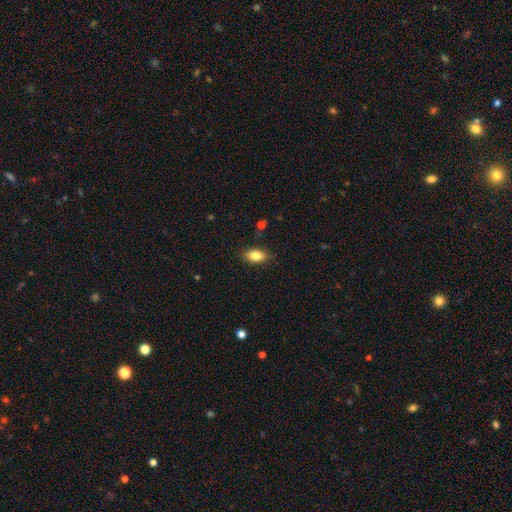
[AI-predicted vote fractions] Morphology: type=smooth (85%); roundness=in between (88%); merging=none (85%).